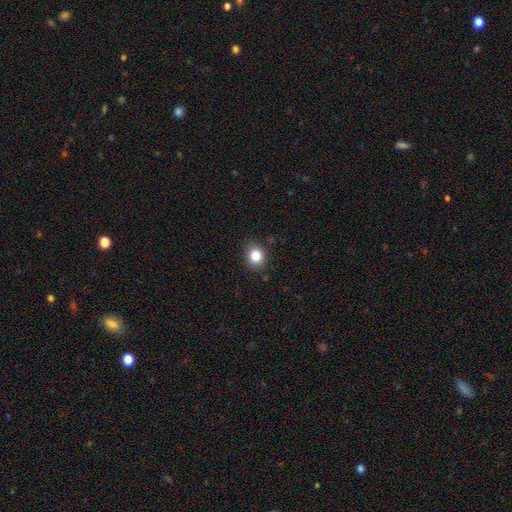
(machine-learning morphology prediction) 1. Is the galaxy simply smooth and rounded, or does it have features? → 84% smooth, 11% star or artifact, 6% featured or disk.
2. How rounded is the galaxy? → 60% round, 39% in between, 1% cigar-shaped.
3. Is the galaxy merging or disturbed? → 87% none, 9% minor disturbance, 2% major disturbance, 1% merger.